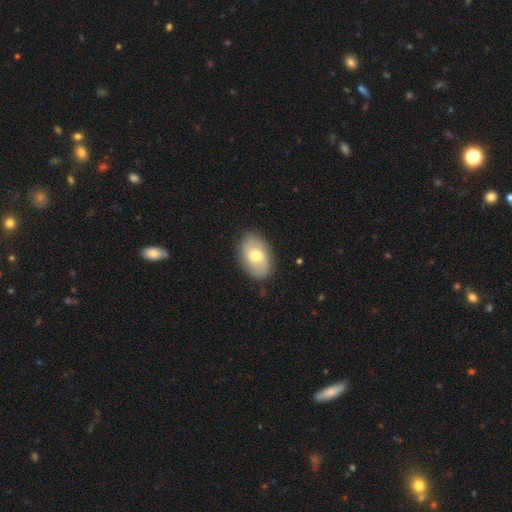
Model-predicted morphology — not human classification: Smooth or featured? Predicted: featured or disk (p=0.52). Edge-on disk? Predicted: no (p=0.94). Merging? Predicted: none (p=0.83).